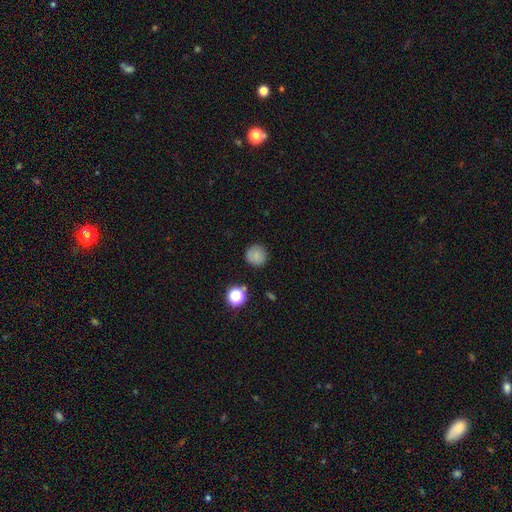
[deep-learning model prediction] smooth-or-featured: smooth: 80% | star or artifact: 12% | featured or disk: 8%
  how-rounded: round: 94% | in between: 5% | cigar-shaped: 1%
  merging: none: 87% | minor disturbance: 9% | major disturbance: 2% | merger: 2%